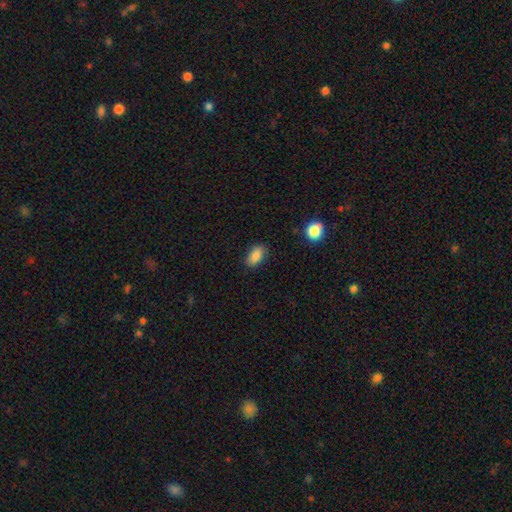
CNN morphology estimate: Overall: smooth (86%). How rounded: in between (90%). Merging: none (84%).